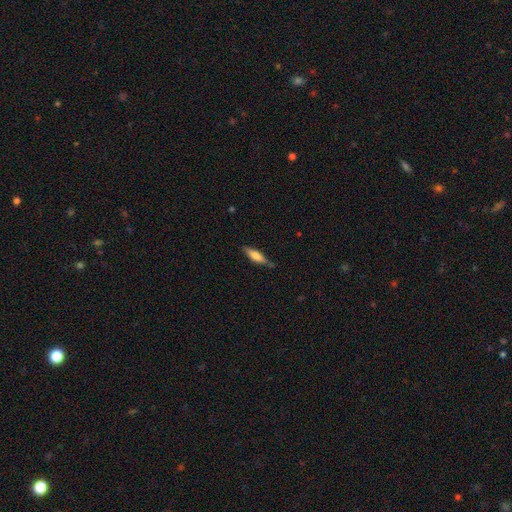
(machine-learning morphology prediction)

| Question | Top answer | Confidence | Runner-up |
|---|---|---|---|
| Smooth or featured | smooth | 59% | featured or disk (35%) |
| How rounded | cigar-shaped | 65% | in between (33%) |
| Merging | none | 77% | minor disturbance (18%) |